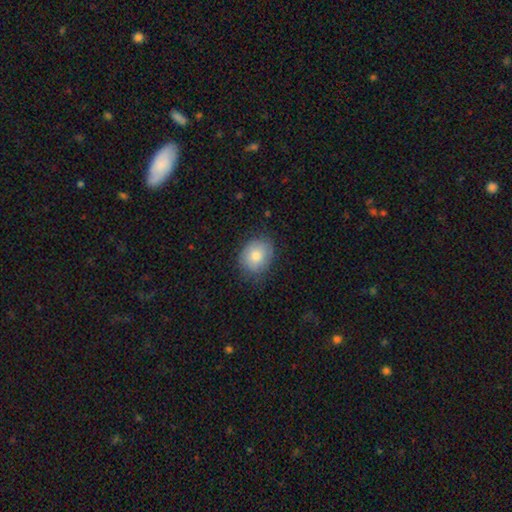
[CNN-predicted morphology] A smooth galaxy with no disk features (78%) that is round (50%, tied with in between). Merging: none (76%).